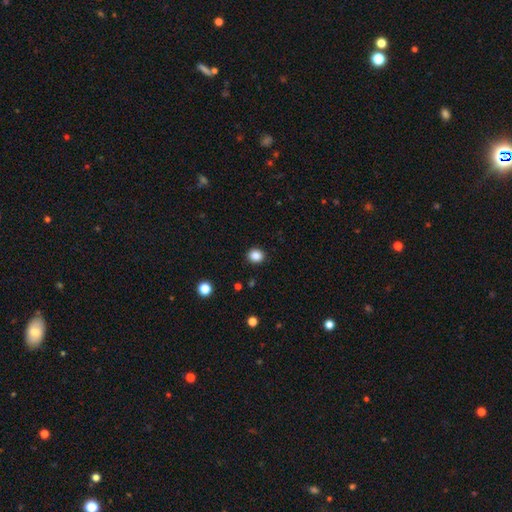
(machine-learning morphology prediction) A smooth galaxy with no disk features (86%) that is round (78%).

Vote fractions:
- Smooth or featured? smooth: 86% / star or artifact: 11% / featured or disk: 3%
- How rounded? round: 78% / in between: 21% / cigar-shaped: 1%
- Merging? none: 91% / minor disturbance: 6% / major disturbance: 2% / merger: 1%